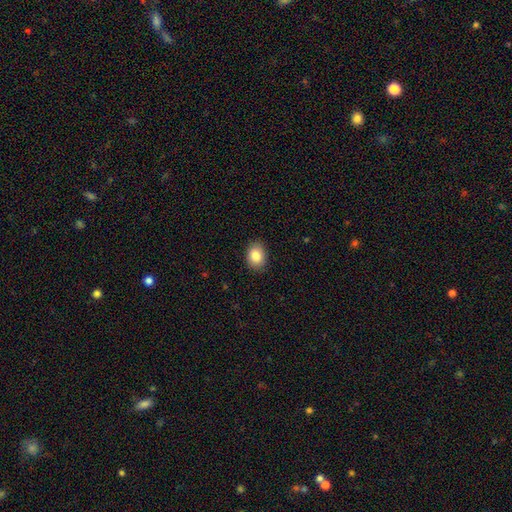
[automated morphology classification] Smooth or featured? Predicted: smooth (p=0.85). How rounded? Predicted: in between (p=0.67). Merging? Predicted: none (p=0.88).